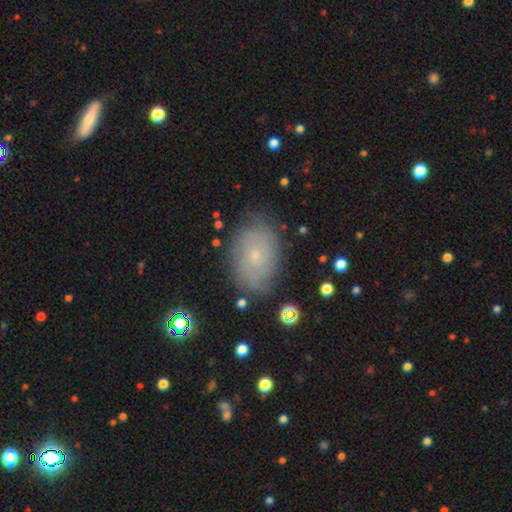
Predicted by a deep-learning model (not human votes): Smooth or featured?
  - featured or disk: 51% *
  - smooth: 36%
  - star or artifact: 13%
Edge-on disk?
  - no: 95% *
  - yes: 5%
Merging?
  - none: 79% *
  - minor disturbance: 15%
  - major disturbance: 4%
  - merger: 2%